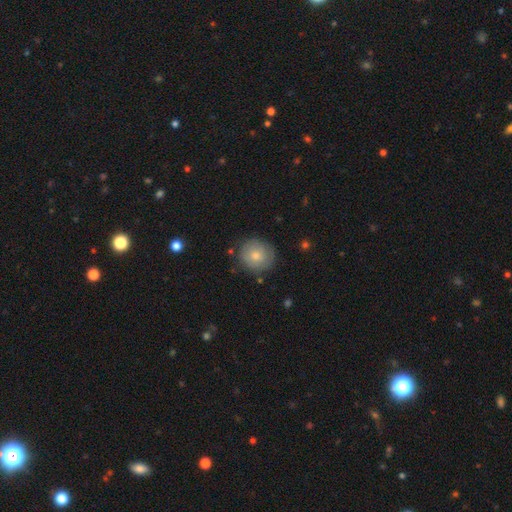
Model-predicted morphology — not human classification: Smooth or featured? smooth (73%)
How rounded? round (88%)
Merging? none (80%)